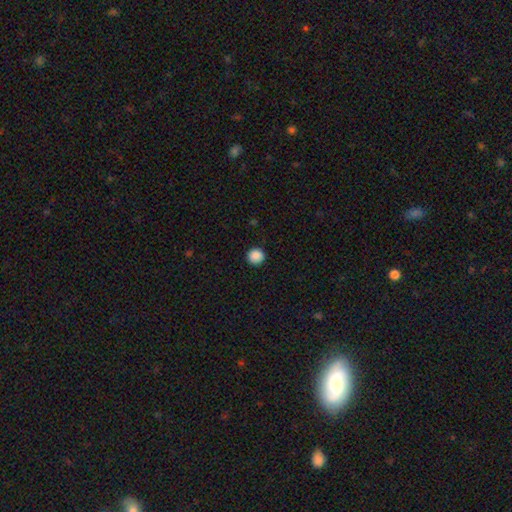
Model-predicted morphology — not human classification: type=smooth (89%); roundness=round (94%); merging=none (92%).